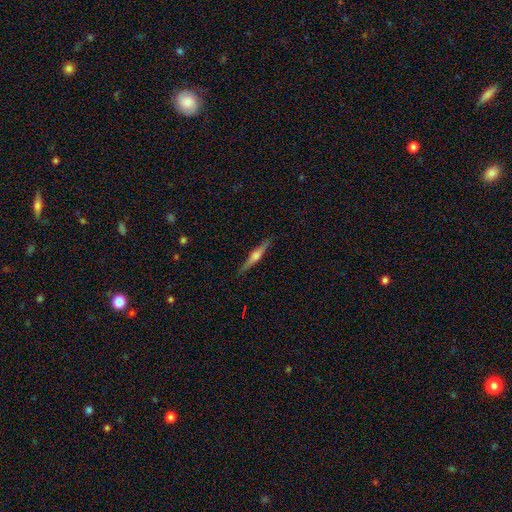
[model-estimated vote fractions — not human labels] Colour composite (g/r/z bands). It shows a featured or disk galaxy (73%) viewed edge-on (98%) with a rounded central bulge (85%). Merging: none (90%).